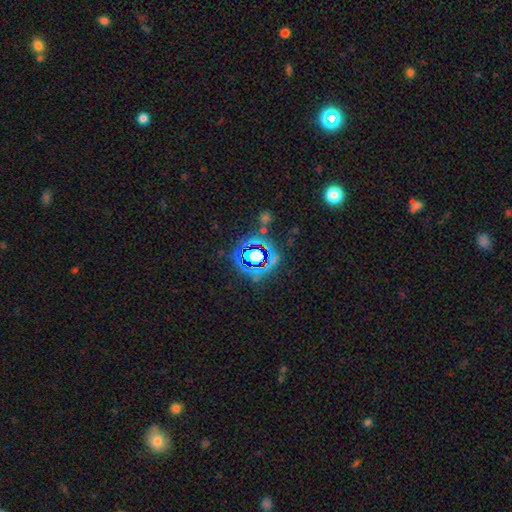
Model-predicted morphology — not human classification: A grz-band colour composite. It shows a star or artifact, not a galaxy (72%).